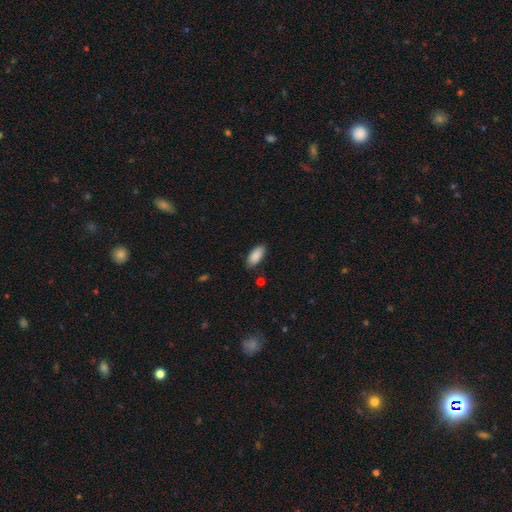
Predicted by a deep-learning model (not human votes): smooth-or-featured: smooth: 89% | star or artifact: 6% | featured or disk: 4%
  how-rounded: in between: 89% | cigar-shaped: 9% | round: 2%
  merging: none: 84% | minor disturbance: 12% | major disturbance: 2% | merger: 2%